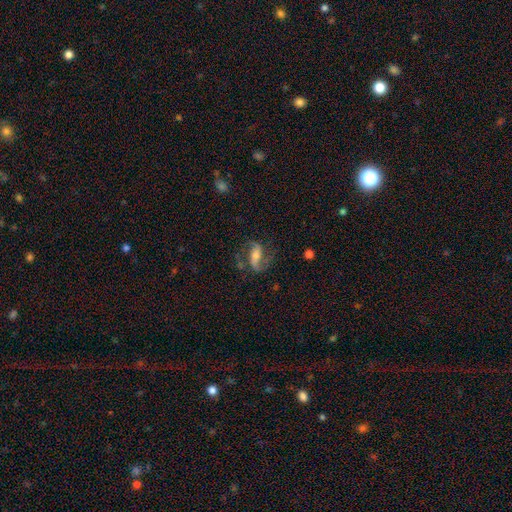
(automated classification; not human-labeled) Morphology: type=featured or disk (80%); edge-on=no (95%); bar=strong (40%); spiral arms=yes (94%); winding=loose (49%); arm count=2 (89%); bulge=moderate (49%); merging=none (67%).